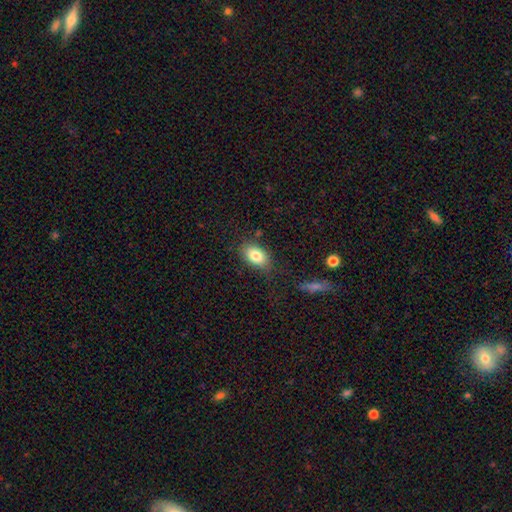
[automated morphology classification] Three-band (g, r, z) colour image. It shows a smooth galaxy with no disk features (81%) that is in between round and cigar-shaped (89%). Merging: none (77%).